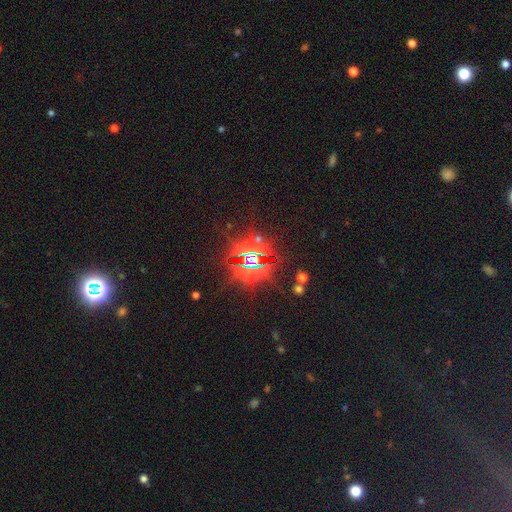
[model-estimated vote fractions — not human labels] This appears to be a star or artifact, not a galaxy (82%).